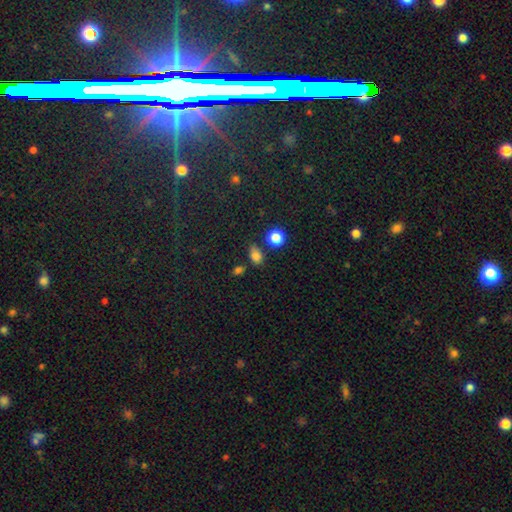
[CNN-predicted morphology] The model was most divided on "merging": none: 65%, minor disturbance: 20%, merger: 10%, major disturbance: 6%. More confident: smooth or featured — smooth (79%); how rounded — in between (72%).